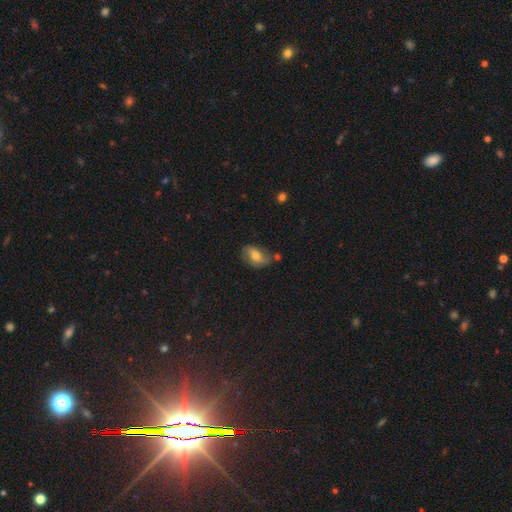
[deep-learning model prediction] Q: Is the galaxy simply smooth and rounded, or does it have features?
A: smooth — 64%.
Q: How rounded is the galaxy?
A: in between — 87%.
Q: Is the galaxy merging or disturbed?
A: none — 57%.